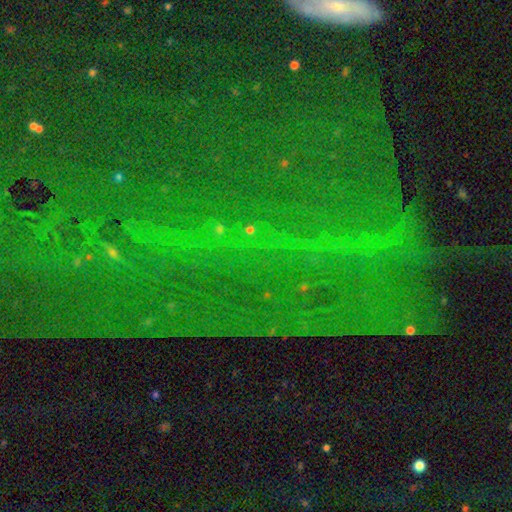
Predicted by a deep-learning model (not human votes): Morphology: type=star or artifact (83%).